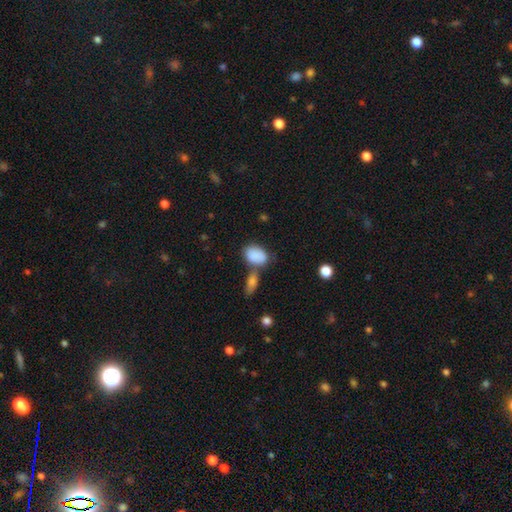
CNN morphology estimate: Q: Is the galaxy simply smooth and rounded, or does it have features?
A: smooth — 87%.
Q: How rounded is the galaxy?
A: in between — 88%.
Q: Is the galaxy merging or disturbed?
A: none — 46%.